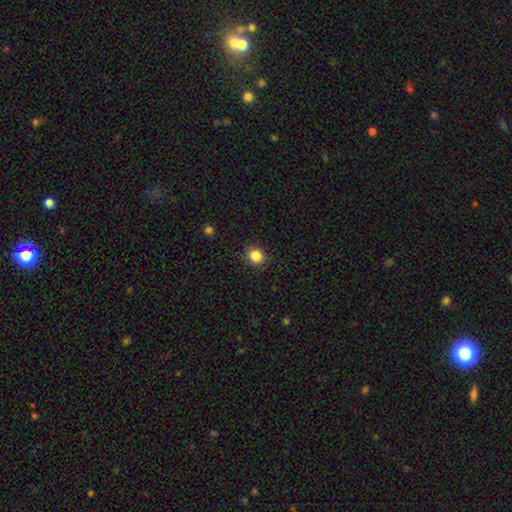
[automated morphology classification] smooth-or-featured: smooth: 86% | star or artifact: 10% | featured or disk: 4%
  how-rounded: round: 73% | in between: 26% | cigar-shaped: 1%
  merging: none: 89% | minor disturbance: 7% | major disturbance: 2% | merger: 1%